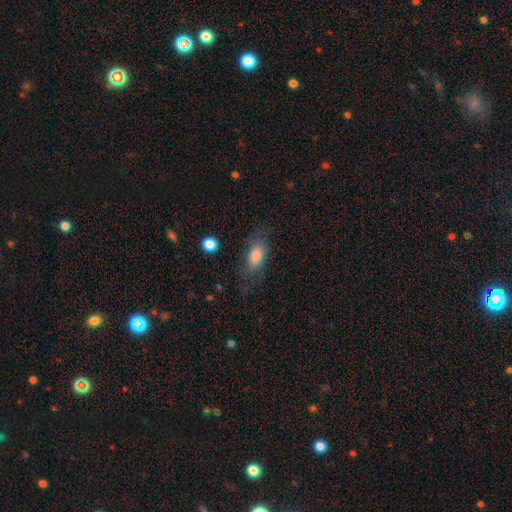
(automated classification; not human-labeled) Smooth or featured? smooth (77%)
How rounded? in between (83%)
Merging? none (66%)